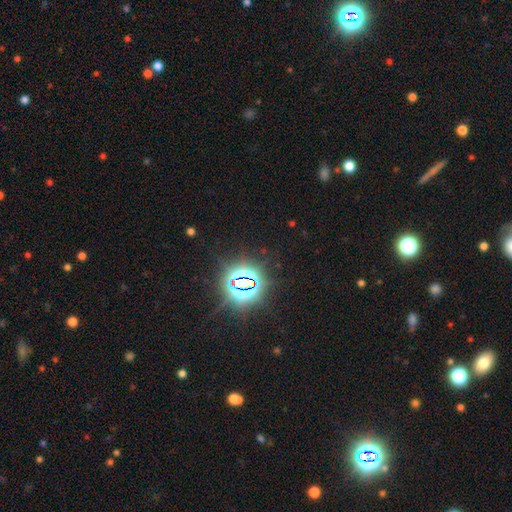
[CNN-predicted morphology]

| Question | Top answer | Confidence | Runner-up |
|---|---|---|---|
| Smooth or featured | star or artifact | 82% | smooth (12%) |